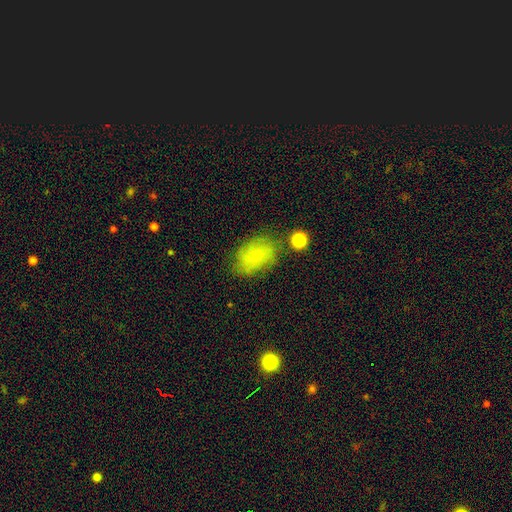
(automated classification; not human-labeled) Morphology: type=smooth (62%); roundness=in between (79%); merging=none (67%).